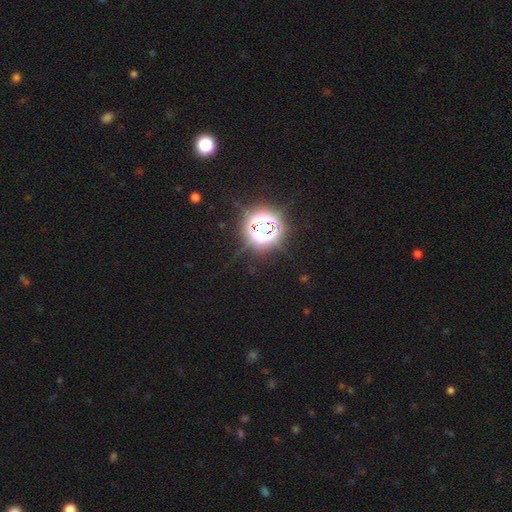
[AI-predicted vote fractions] Smooth or featured? star or artifact (82%)